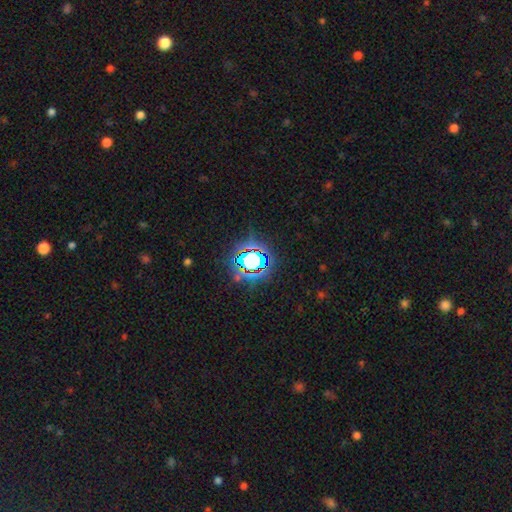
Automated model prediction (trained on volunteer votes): Smooth or featured? star or artifact (70%)